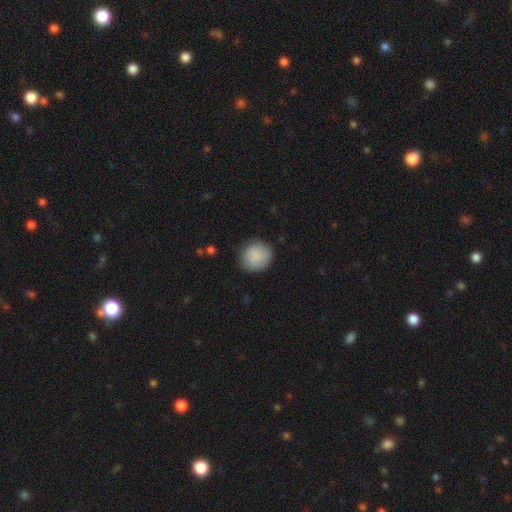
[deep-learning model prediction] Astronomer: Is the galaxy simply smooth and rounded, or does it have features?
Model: smooth — 88%.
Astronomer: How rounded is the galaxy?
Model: round — 86%.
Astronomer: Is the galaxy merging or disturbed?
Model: none — 84%.